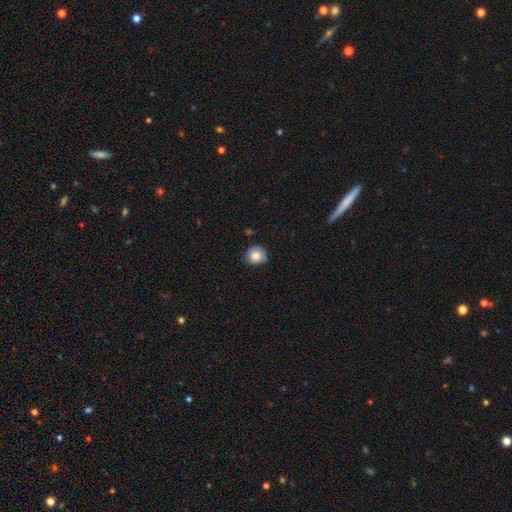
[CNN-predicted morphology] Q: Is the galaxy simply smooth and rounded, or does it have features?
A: smooth — 82%.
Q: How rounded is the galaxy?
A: round — 90%.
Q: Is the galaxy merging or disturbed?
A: none — 77%.